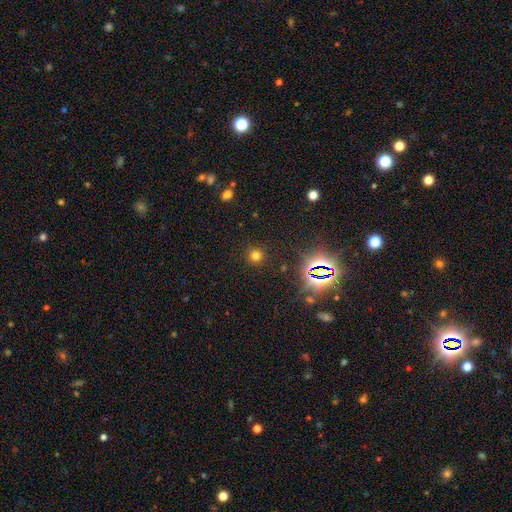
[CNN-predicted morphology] Q: Smooth or featured?
A: smooth (68%); runner-up: star or artifact (25%)
Q: How rounded?
A: round (93%); runner-up: in between (6%)
Q: Merging?
A: none (89%); runner-up: minor disturbance (6%)